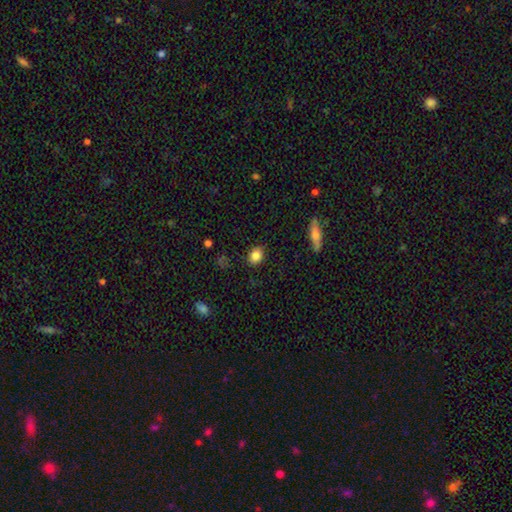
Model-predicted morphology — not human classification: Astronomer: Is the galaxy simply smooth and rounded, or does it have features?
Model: smooth — 84%.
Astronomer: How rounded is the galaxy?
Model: round — 50% (runner-up: in between, 48%).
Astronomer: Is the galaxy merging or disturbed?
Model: none — 86%.